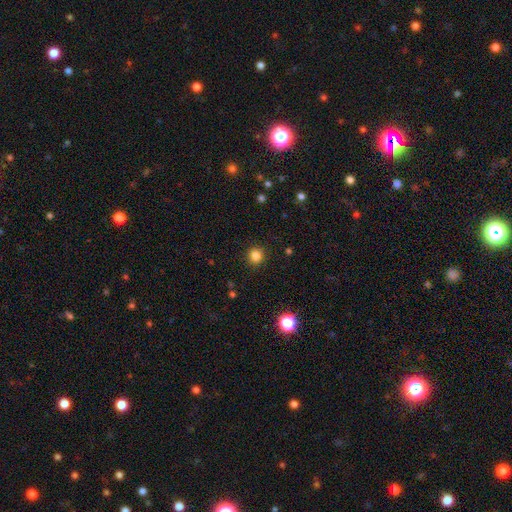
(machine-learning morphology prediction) type=smooth (83%); roundness=round (88%); merging=none (90%).